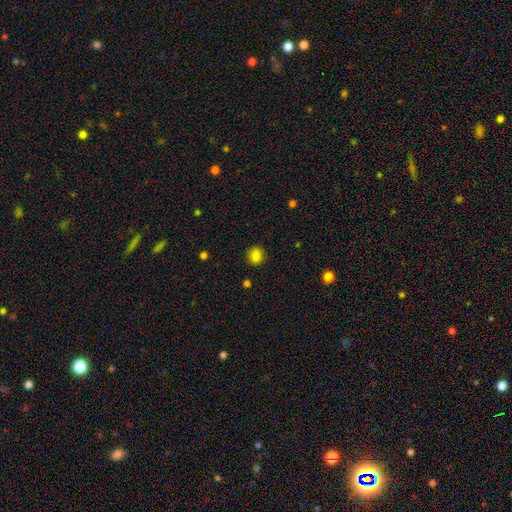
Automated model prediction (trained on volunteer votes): Smooth or featured? smooth (85%)
How rounded? round (71%)
Merging? none (89%)